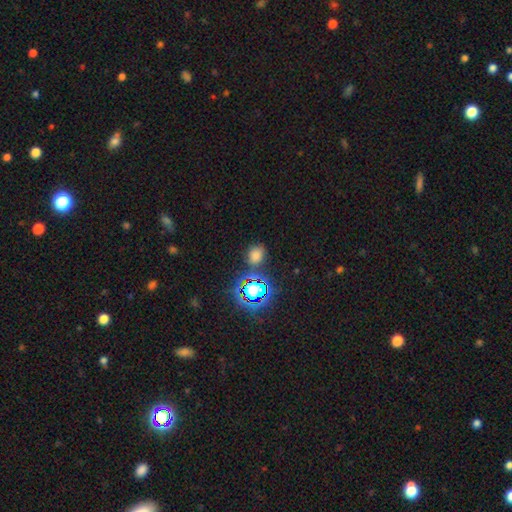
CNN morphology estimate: Smooth or featured? smooth (62%)
How rounded? round (53%)
Merging? none (76%)